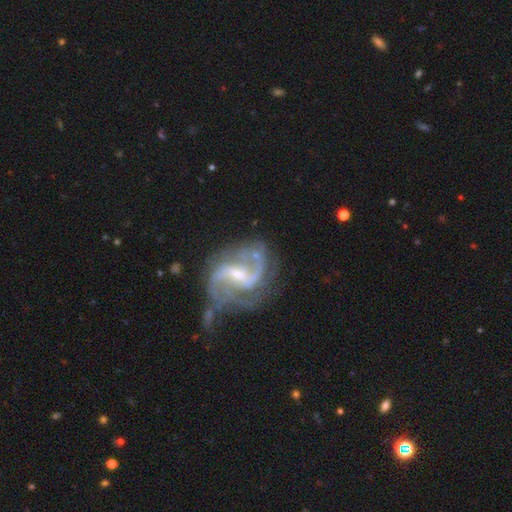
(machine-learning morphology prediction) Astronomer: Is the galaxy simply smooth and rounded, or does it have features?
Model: featured or disk — 90%.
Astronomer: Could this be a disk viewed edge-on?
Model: no — 98%.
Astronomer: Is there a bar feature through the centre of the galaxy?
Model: weak — 54% (runner-up: strong, 30%).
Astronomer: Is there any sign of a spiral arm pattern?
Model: yes — 97%.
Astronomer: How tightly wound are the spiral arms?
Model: medium — 54% (runner-up: loose, 30%).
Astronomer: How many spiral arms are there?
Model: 2 — 74%.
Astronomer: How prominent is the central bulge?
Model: small — 56% (runner-up: moderate, 37%).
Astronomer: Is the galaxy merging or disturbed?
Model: none — 52%.